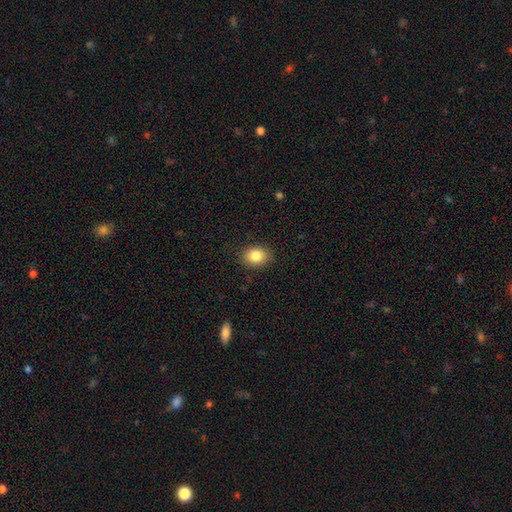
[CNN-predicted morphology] Smooth or featured? Predicted: smooth (p=0.85). How rounded? Predicted: in between (p=0.60). Merging? Predicted: none (p=0.88).